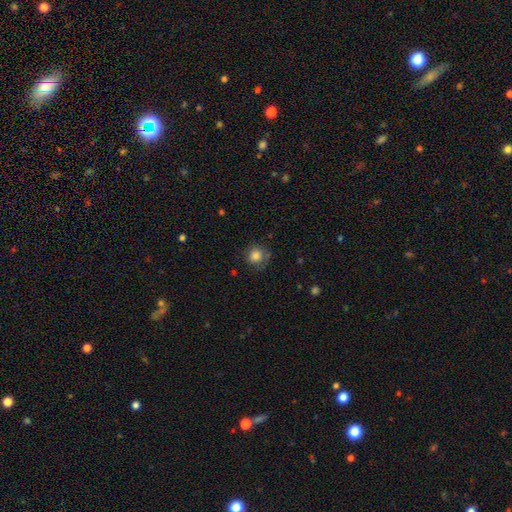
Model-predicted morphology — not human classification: A smooth galaxy with no disk features (81%) that is round (88%).

Vote fractions:
- Smooth or featured? smooth: 81% / star or artifact: 11% / featured or disk: 9%
- How rounded? round: 88% / in between: 11% / cigar-shaped: 1%
- Merging? none: 73% / minor disturbance: 18% / major disturbance: 7% / merger: 2%